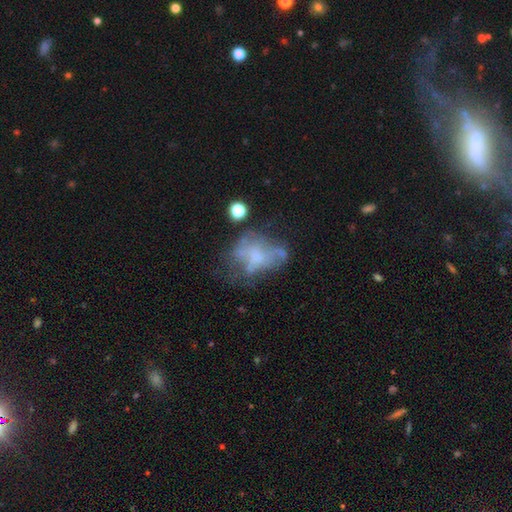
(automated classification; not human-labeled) This is possibly a featured or disk galaxy (53%). It is clearly not viewed edge-on (97%). Bar: clearly no (86%). Spiral arm pattern: clearly no (86%). Central bulge: likely none (62%). Merging: marginally none (34%).